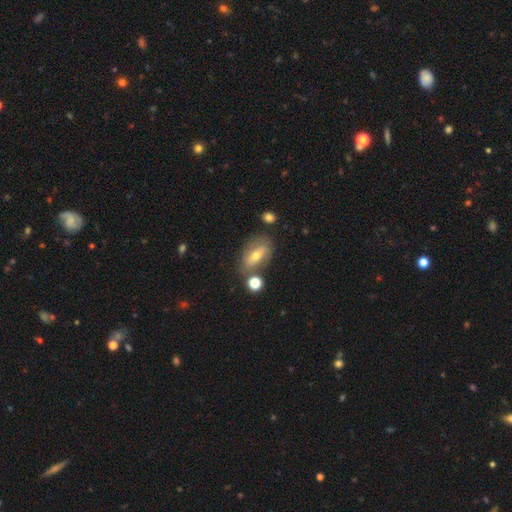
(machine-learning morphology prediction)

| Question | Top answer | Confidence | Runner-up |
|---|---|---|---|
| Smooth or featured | featured or disk | 47% | smooth (44%) |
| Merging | none | 67% | minor disturbance (17%) |